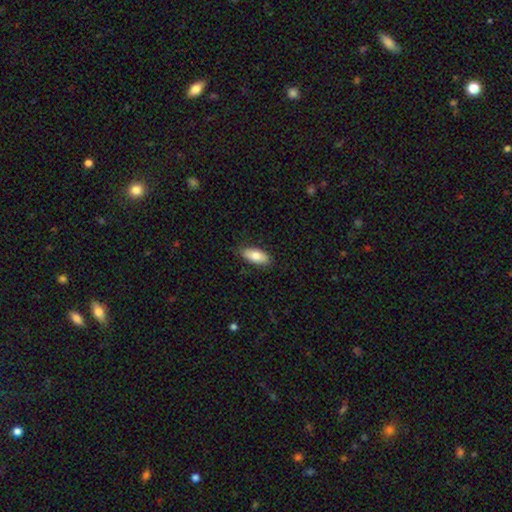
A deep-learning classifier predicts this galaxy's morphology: Smooth or featured? Predicted: smooth (p=0.78). How rounded? Predicted: in between (p=0.86). Merging? Predicted: none (p=0.85).